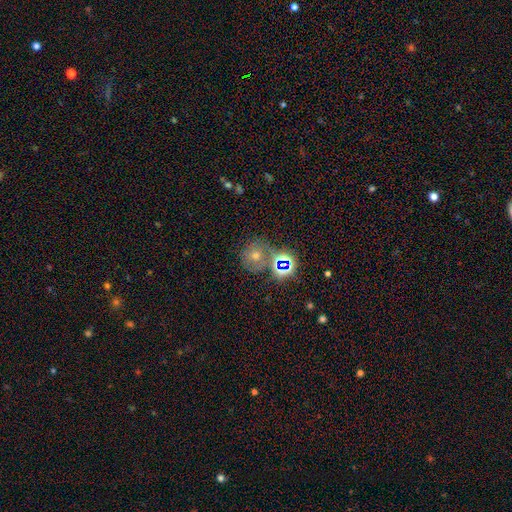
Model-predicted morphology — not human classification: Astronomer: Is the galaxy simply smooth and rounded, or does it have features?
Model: star or artifact — 42% (runner-up: smooth, 34%).